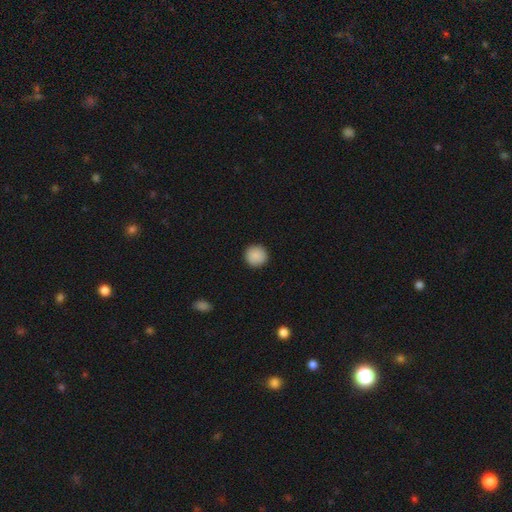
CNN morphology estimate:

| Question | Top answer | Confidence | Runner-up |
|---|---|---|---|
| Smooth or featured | smooth | 90% | star or artifact (8%) |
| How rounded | round | 95% | in between (4%) |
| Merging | none | 93% | minor disturbance (5%) |